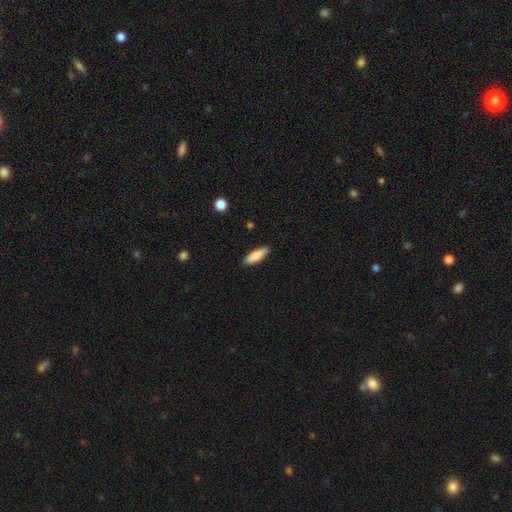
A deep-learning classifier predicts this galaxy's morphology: Q: Smooth or featured?
A: smooth (81%); runner-up: featured or disk (13%)
Q: How rounded?
A: cigar-shaped (58%); runner-up: in between (41%)
Q: Merging?
A: none (87%); runner-up: minor disturbance (10%)